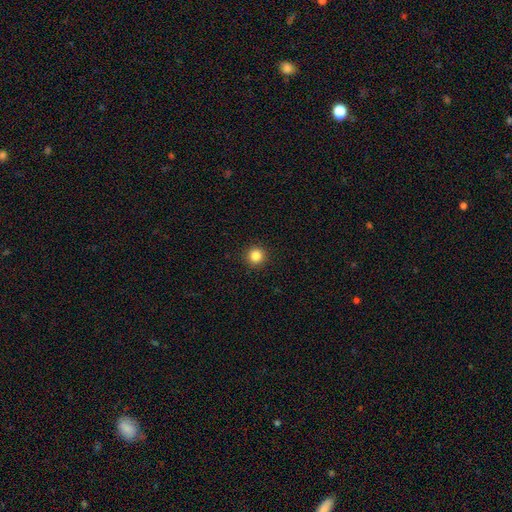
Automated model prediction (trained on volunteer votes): A smooth galaxy with no disk features (85%) that is round (95%). Merging: none (93%).